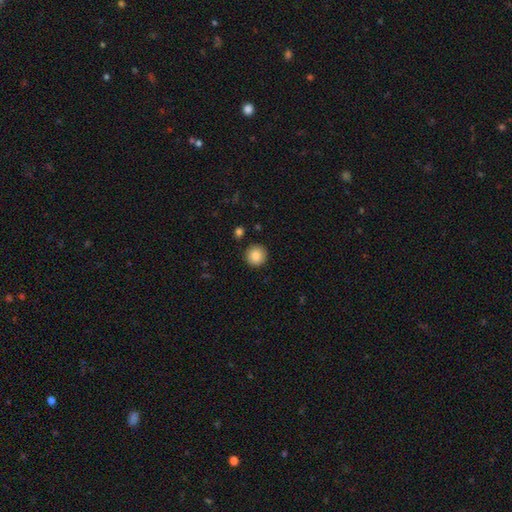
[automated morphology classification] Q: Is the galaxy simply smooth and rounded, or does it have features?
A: smooth — 87%.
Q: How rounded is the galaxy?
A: round — 94%.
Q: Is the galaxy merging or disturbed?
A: none — 90%.